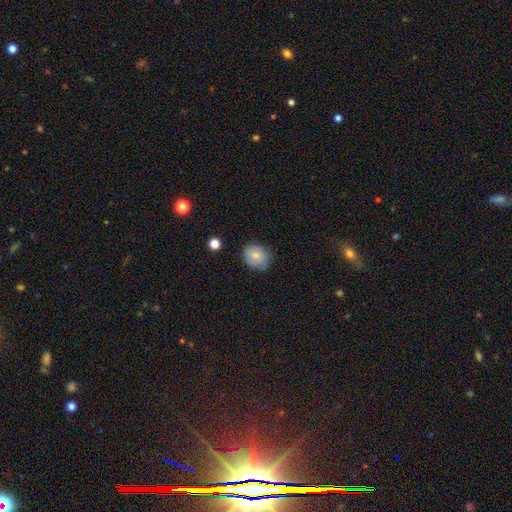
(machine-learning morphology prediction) A smooth galaxy with no disk features (71%) that is round (61%).

Vote fractions:
- Smooth or featured? smooth: 71% / featured or disk: 20% / star or artifact: 8%
- How rounded? round: 61% / in between: 38% / cigar-shaped: 1%
- Merging? none: 73% / minor disturbance: 21% / major disturbance: 5% / merger: 2%